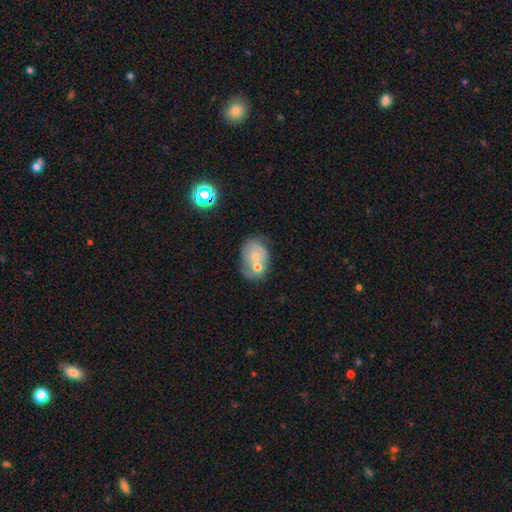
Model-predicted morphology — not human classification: A smooth galaxy with no disk features (60%) that is in between round and cigar-shaped (69%). Merging: merger (49%).